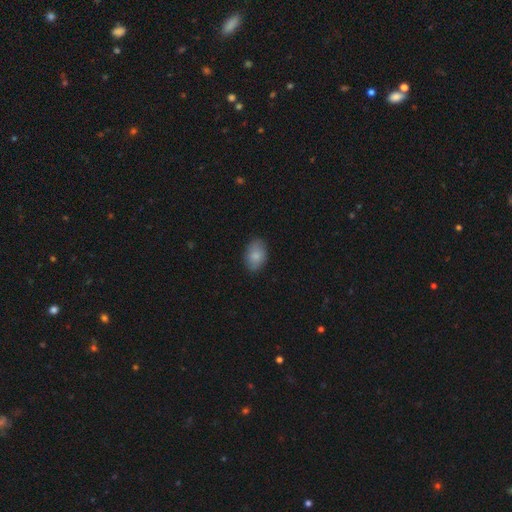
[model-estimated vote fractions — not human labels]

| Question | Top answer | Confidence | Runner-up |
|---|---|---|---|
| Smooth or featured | smooth | 85% | featured or disk (9%) |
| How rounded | in between | 86% | round (12%) |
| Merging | none | 85% | minor disturbance (12%) |